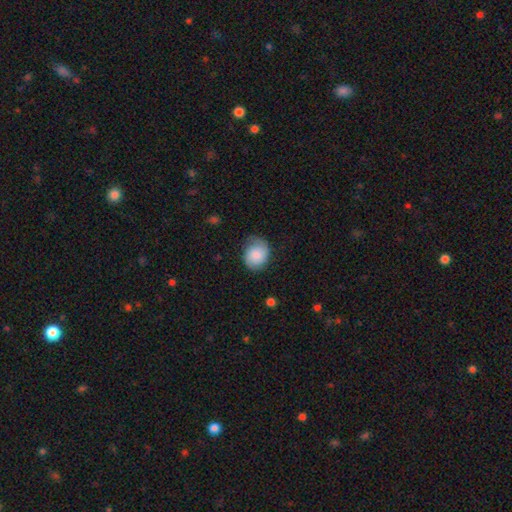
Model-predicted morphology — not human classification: Q: Smooth or featured?
A: smooth (77%); runner-up: featured or disk (16%)
Q: How rounded?
A: round (59%); runner-up: in between (40%)
Q: Merging?
A: none (58%); runner-up: minor disturbance (31%)